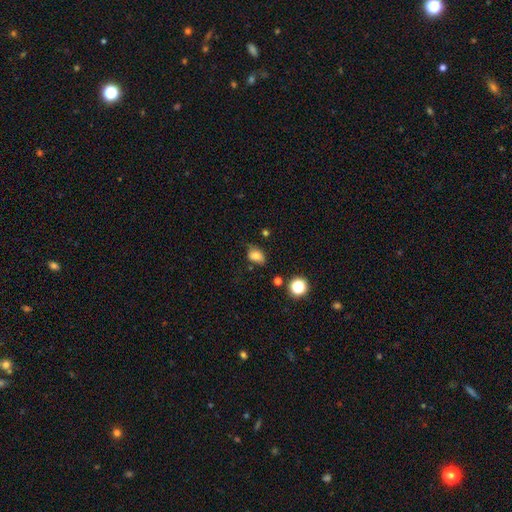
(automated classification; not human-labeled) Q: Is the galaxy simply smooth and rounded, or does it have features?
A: smooth — 77%.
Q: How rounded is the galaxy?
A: in between — 79%.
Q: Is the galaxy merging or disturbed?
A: none — 62%.